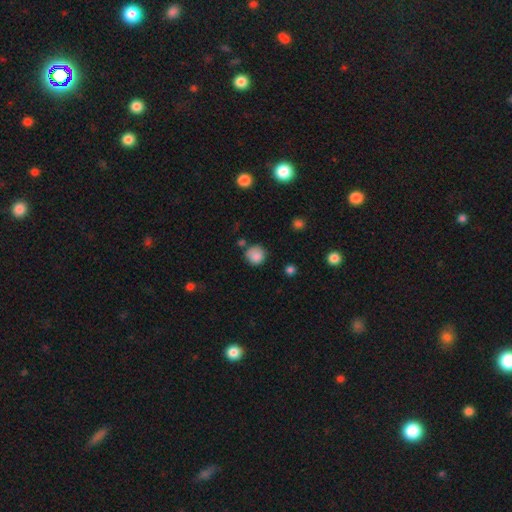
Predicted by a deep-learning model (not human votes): A smooth galaxy with no disk features (85%) that is round (90%).

Vote fractions:
- Smooth or featured? smooth: 85% / star or artifact: 10% / featured or disk: 5%
- How rounded? round: 90% / in between: 9% / cigar-shaped: 1%
- Merging? none: 71% / minor disturbance: 18% / merger: 6% / major disturbance: 5%